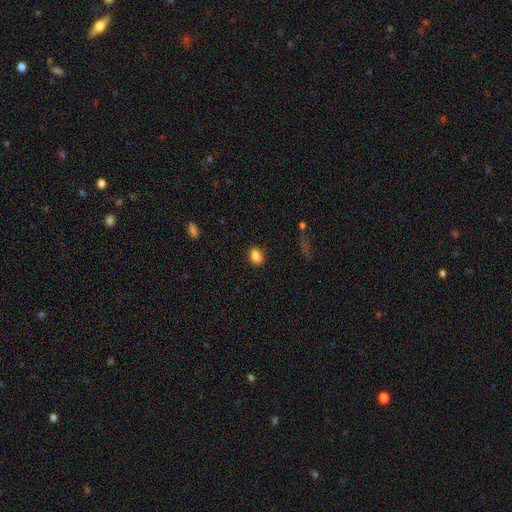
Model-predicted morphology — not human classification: This appears to be a smooth galaxy with no disk features (86%) that is in between round and cigar-shaped (79%). Merging: none (84%).